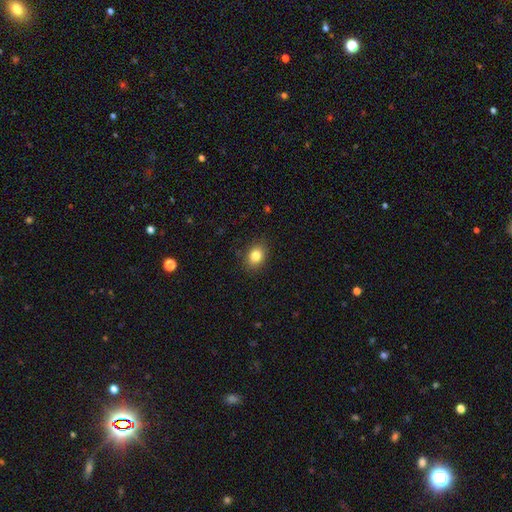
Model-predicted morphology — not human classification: smooth_or_featured: smooth (p=0.83) [alt: star or artifact p=0.10]
how_rounded: in between (p=0.58) [alt: round p=0.41]
merging: none (p=0.87) [alt: minor disturbance p=0.10]